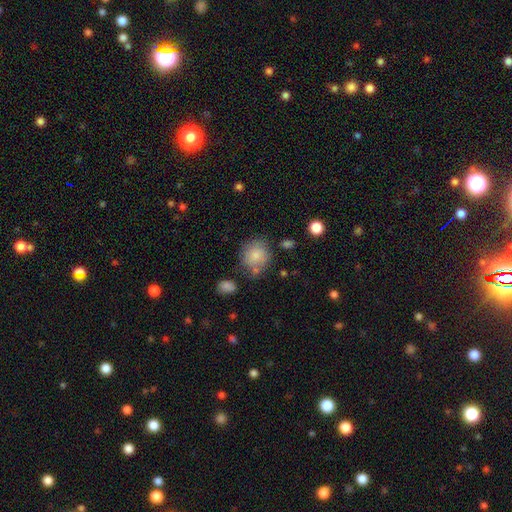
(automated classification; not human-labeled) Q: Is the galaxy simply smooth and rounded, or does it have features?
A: smooth — 80%.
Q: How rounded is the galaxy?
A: round — 80%.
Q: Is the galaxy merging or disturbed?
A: none — 63%.